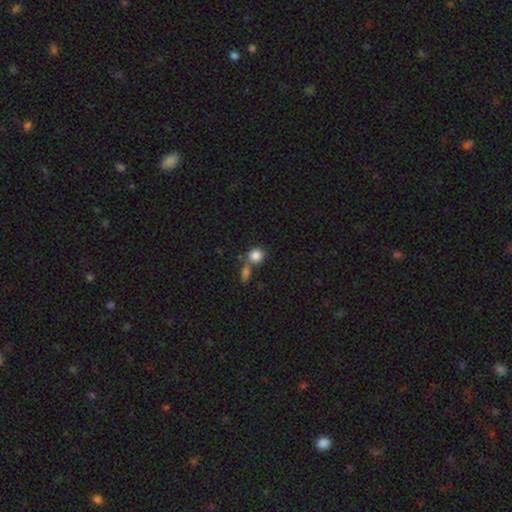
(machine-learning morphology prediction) Overall: smooth (85%). How rounded: round (81%). Merging: none (54%; merger 32%).